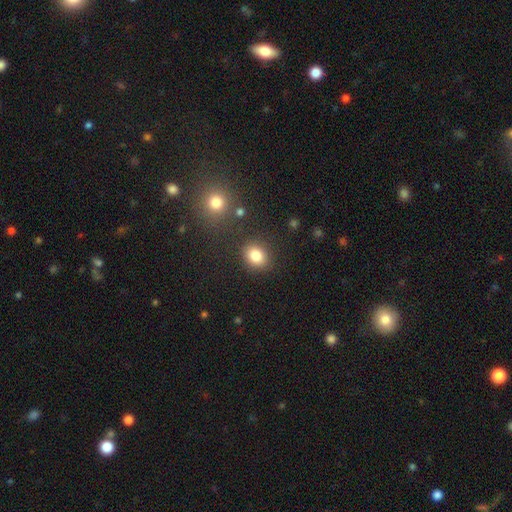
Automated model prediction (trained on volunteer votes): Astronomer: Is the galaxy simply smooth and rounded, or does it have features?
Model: smooth — 84%.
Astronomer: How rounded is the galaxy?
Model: round — 53% (runner-up: in between, 46%).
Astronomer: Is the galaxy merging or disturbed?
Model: none — 84%.